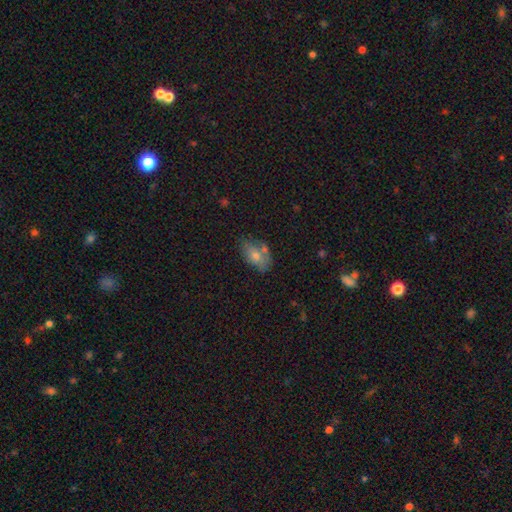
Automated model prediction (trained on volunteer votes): Q: Smooth or featured?
A: smooth (65%); runner-up: featured or disk (24%)
Q: How rounded?
A: in between (87%); runner-up: round (8%)
Q: Merging?
A: none (55%); runner-up: minor disturbance (22%)